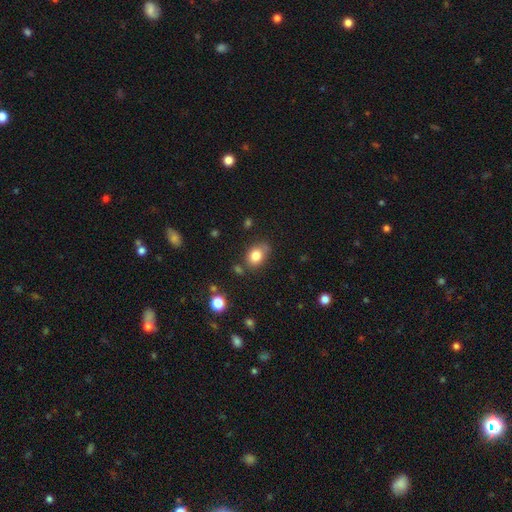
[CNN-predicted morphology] Q: Smooth or featured?
A: smooth (81%); runner-up: star or artifact (10%)
Q: How rounded?
A: in between (67%); runner-up: round (32%)
Q: Merging?
A: none (68%); runner-up: minor disturbance (21%)